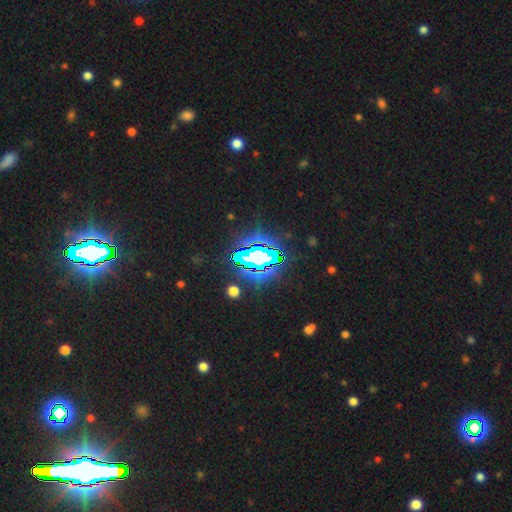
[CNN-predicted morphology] Smooth or featured? Predicted: star or artifact (p=0.75).